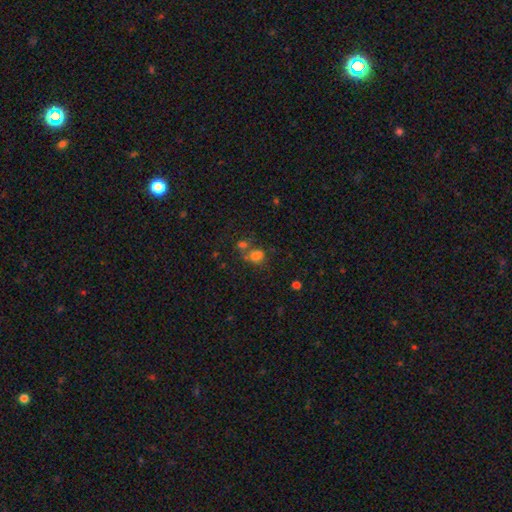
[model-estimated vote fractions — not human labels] Smooth or featured? smooth (67%)
How rounded? in between (62%)
Merging? merger (38%)